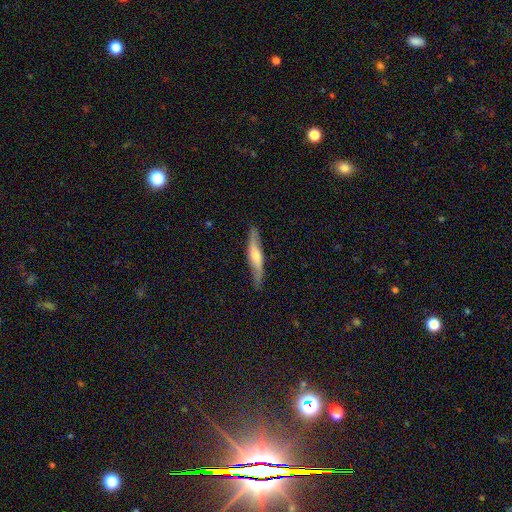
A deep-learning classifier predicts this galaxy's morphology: featured or disk 56%, smooth 38%, star or artifact 6%. Down the decision tree: edge-on disk — yes (75%); merging — none (84%).